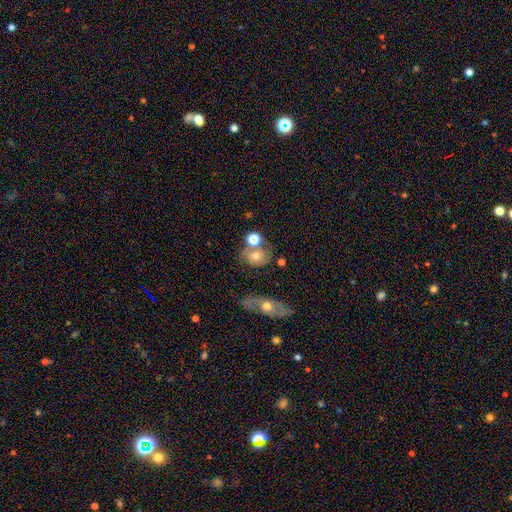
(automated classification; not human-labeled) A smooth galaxy with no disk features (52%) that is round (55%).

Vote fractions:
- Smooth or featured? smooth: 52% / featured or disk: 35% / star or artifact: 14%
- How rounded? round: 55% / in between: 42% / cigar-shaped: 2%
- Merging? none: 55% / merger: 24% / minor disturbance: 15% / major disturbance: 7%